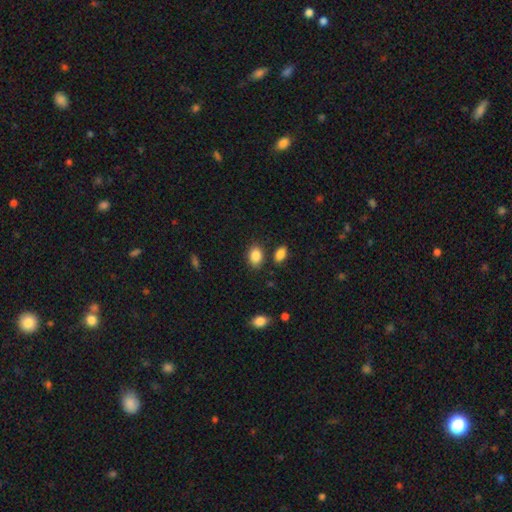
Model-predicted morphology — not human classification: Smooth or featured: smooth — 87% (star or artifact — 8%)
How rounded: in between — 79% (round — 20%)
Merging: none — 79% (minor disturbance — 11%)